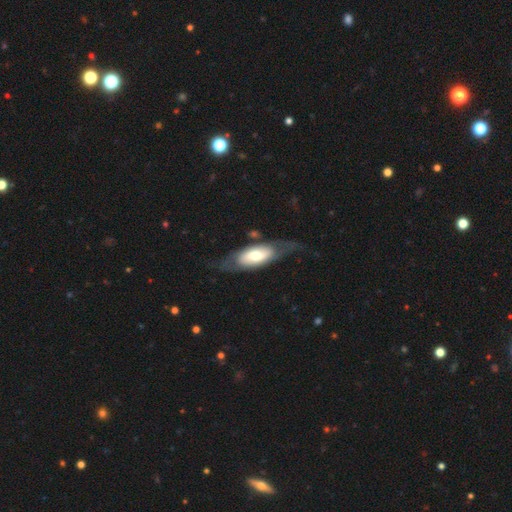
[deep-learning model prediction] Overall: featured or disk (52%; smooth 43%). Edge-on disk: no (75%). Merging: none (58%; minor disturbance 21%).